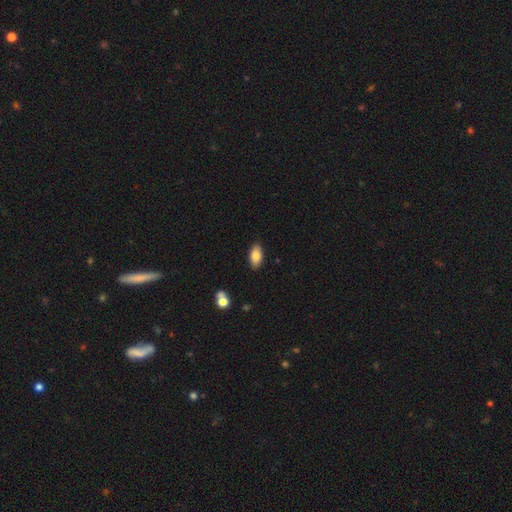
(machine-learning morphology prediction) A smooth galaxy with no disk features (83%) that is in between round and cigar-shaped (93%).

Vote fractions:
- Smooth or featured? smooth: 83% / featured or disk: 10% / star or artifact: 7%
- How rounded? in between: 93% / cigar-shaped: 4% / round: 3%
- Merging? none: 88% / minor disturbance: 9% / major disturbance: 2% / merger: 1%